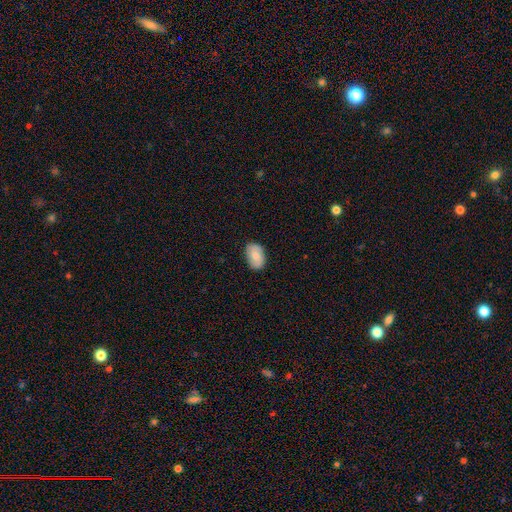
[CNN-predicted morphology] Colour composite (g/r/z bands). It shows a smooth galaxy with no disk features (73%) that is in between round and cigar-shaped (89%). Merging: none (82%).